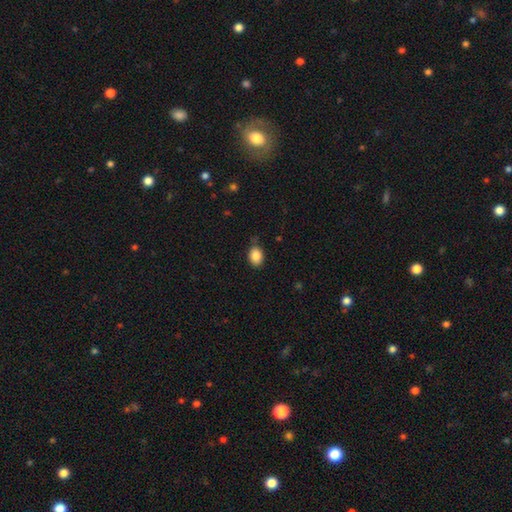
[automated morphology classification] This appears to be a smooth galaxy with no disk features (86%) that is in between round and cigar-shaped (71%). Merging: none (74%).